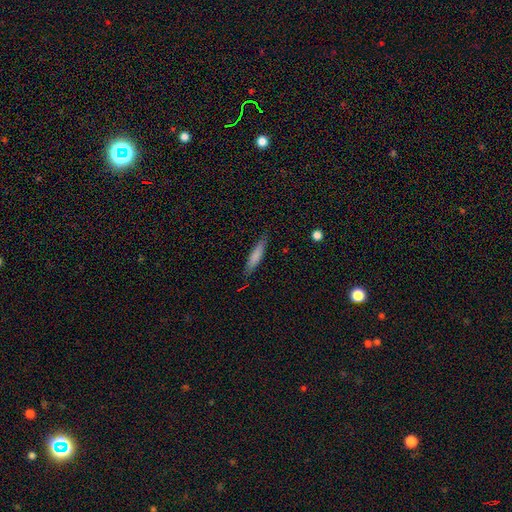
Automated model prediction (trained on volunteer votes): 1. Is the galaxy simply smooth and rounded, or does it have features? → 74% smooth, 20% featured or disk, 6% star or artifact.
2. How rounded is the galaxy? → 85% cigar-shaped, 14% in between, 1% round.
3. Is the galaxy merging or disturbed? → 84% none, 12% minor disturbance, 2% major disturbance, 1% merger.